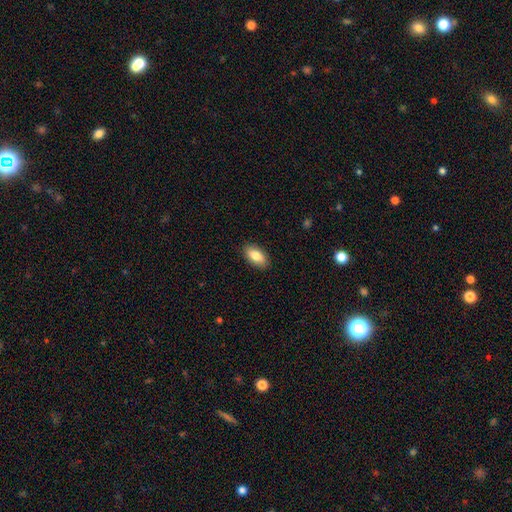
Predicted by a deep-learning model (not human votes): Smooth or featured?
  - smooth: 82% *
  - featured or disk: 11%
  - star or artifact: 7%
How rounded?
  - in between: 92% *
  - cigar-shaped: 4%
  - round: 4%
Merging?
  - none: 89% *
  - minor disturbance: 8%
  - major disturbance: 2%
  - merger: 1%